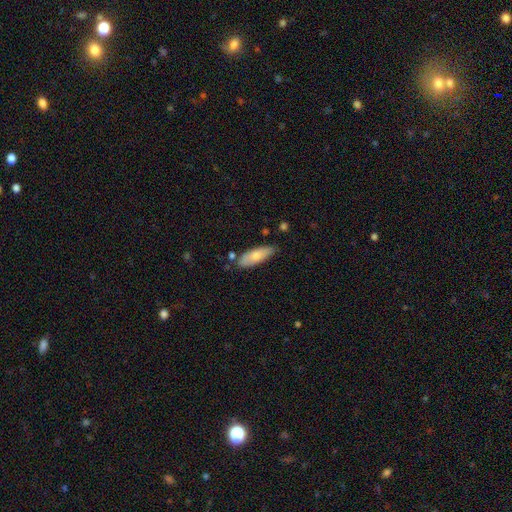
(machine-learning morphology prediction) Q: Smooth or featured?
A: smooth (73%); runner-up: featured or disk (21%)
Q: How rounded?
A: in between (65%); runner-up: cigar-shaped (33%)
Q: Merging?
A: none (72%); runner-up: minor disturbance (20%)